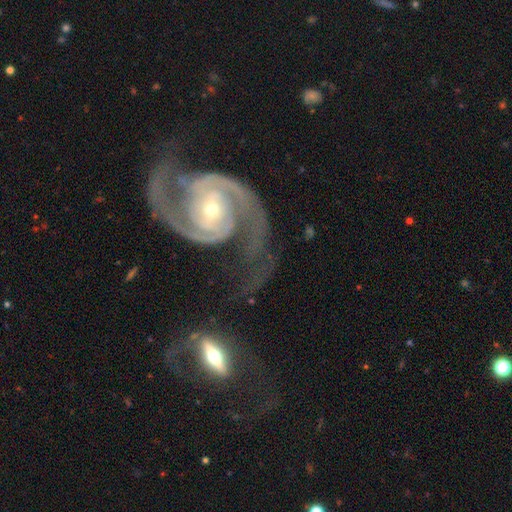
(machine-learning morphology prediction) Smooth or featured?
  - featured or disk: 93% *
  - star or artifact: 4%
  - smooth: 3%
Edge-on disk?
  - no: 98% *
  - yes: 2%
Bar?
  - no: 53% *
  - weak: 29%
  - strong: 18%
Spiral arms?
  - yes: 98% *
  - no: 2%
Spiral winding?
  - medium: 55% *
  - tight: 31%
  - loose: 14%
Spiral arm count?
  - 2: 91% *
  - 3: 3%
  - can't tell: 2%
  - 1: 1%
  - 4: 1%
  - more than 4: 1%
Bulge size?
  - small: 59% *
  - moderate: 38%
  - large: 2%
  - none: 1%
  - dominant: 1%
Merging?
  - none: 61% *
  - minor disturbance: 19%
  - major disturbance: 14%
  - merger: 6%